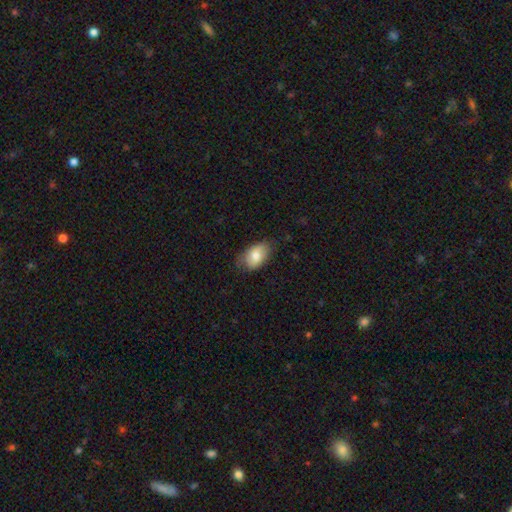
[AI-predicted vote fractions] Smooth or featured?
  - smooth: 78% *
  - featured or disk: 15%
  - star or artifact: 7%
How rounded?
  - in between: 90% *
  - round: 9%
  - cigar-shaped: 1%
Merging?
  - none: 73% *
  - minor disturbance: 22%
  - major disturbance: 4%
  - merger: 1%